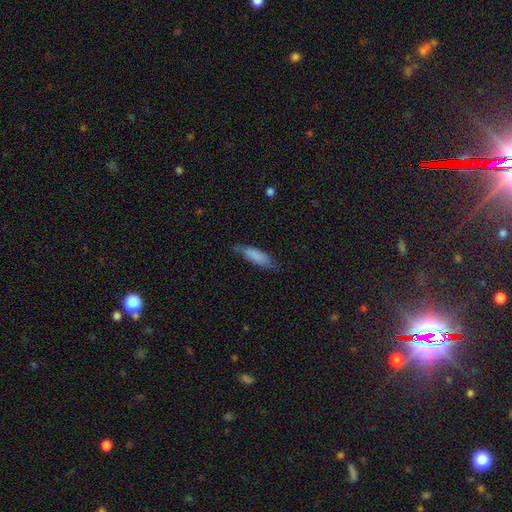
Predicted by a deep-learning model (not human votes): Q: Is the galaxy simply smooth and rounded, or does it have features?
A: smooth — 76%.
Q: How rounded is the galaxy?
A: cigar-shaped — 50%.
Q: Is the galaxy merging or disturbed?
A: none — 62%.